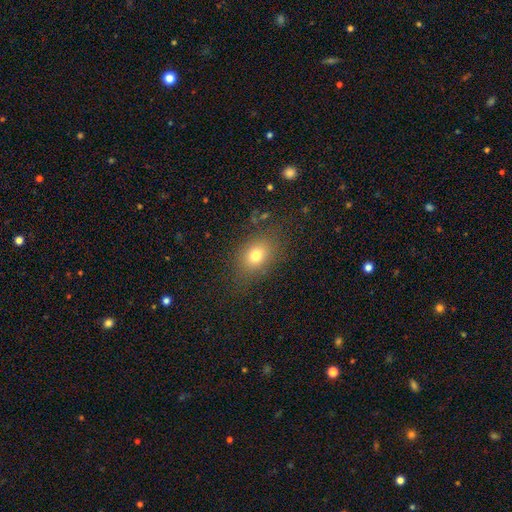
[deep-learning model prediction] smooth 75%, star or artifact 13%, featured or disk 12%. Down the decision tree: how rounded — in between (64%); merging — none (78%).